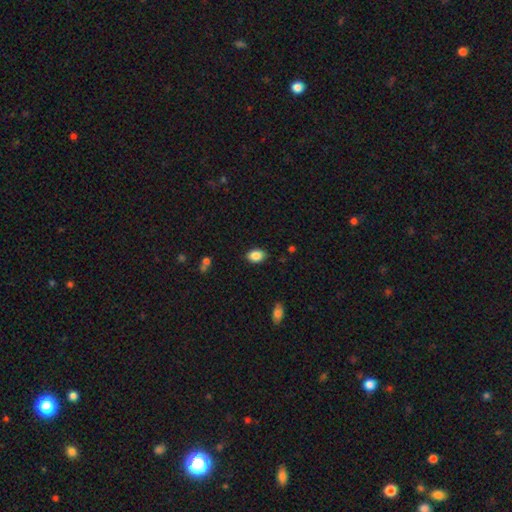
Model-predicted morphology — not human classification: A smooth galaxy with no disk features (87%) that is in between round and cigar-shaped (82%).

Vote fractions:
- Smooth or featured? smooth: 87% / star or artifact: 8% / featured or disk: 5%
- How rounded? in between: 82% / round: 17% / cigar-shaped: 1%
- Merging? none: 86% / minor disturbance: 11% / major disturbance: 2% / merger: 1%